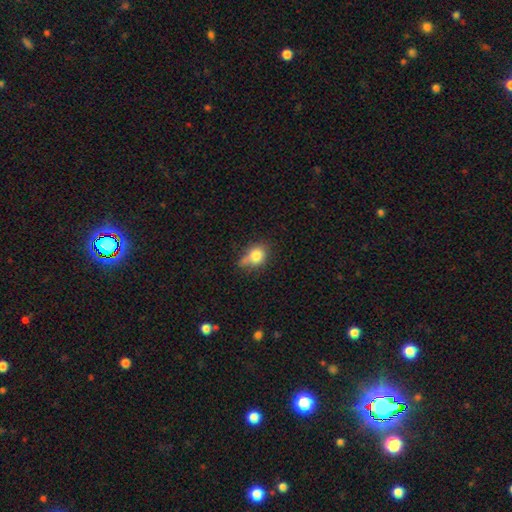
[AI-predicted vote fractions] smooth-or-featured: smooth: 79% | featured or disk: 10% | star or artifact: 10%
  how-rounded: in between: 52% | round: 46% | cigar-shaped: 2%
  merging: none: 44% | minor disturbance: 32% | merger: 12% | major disturbance: 11%